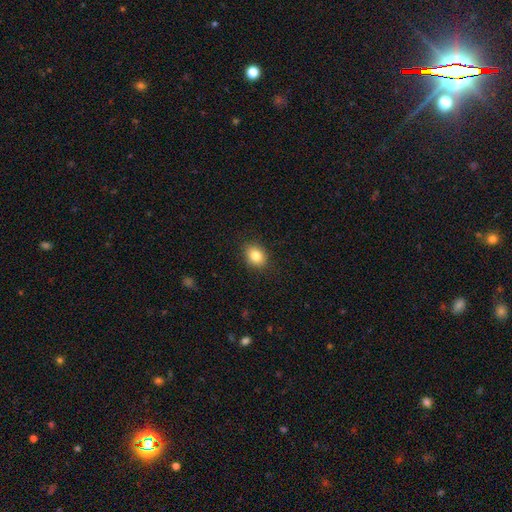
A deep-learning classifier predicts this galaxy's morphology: smooth_or_featured: smooth (p=0.84) [alt: star or artifact p=0.09]
how_rounded: in between (p=0.54) [alt: round p=0.45]
merging: none (p=0.88) [alt: minor disturbance p=0.08]